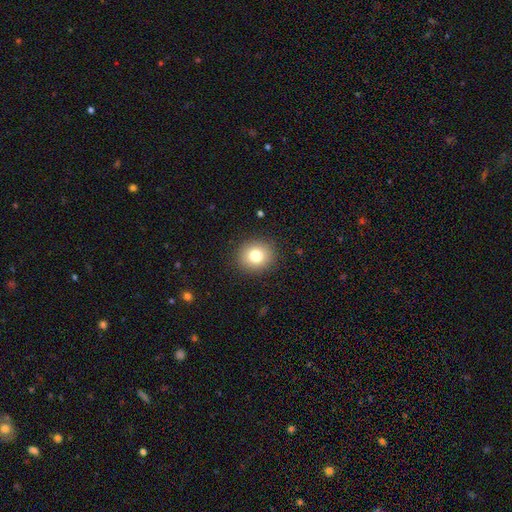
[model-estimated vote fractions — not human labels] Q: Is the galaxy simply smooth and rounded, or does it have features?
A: smooth — 79%.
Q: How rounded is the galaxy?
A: round — 80%.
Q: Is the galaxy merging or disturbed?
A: none — 90%.